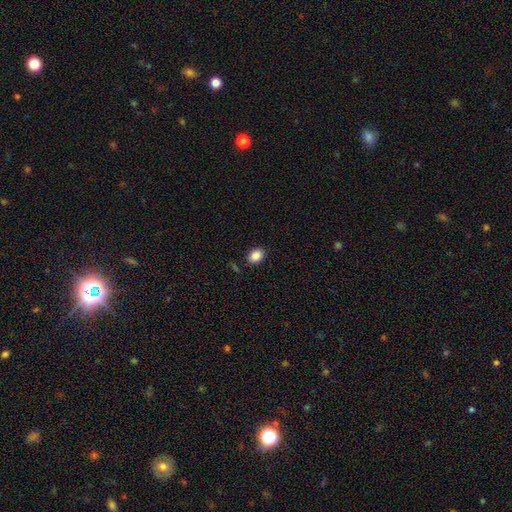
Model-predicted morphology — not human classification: type=smooth (86%); roundness=in between (64%); merging=none (86%).